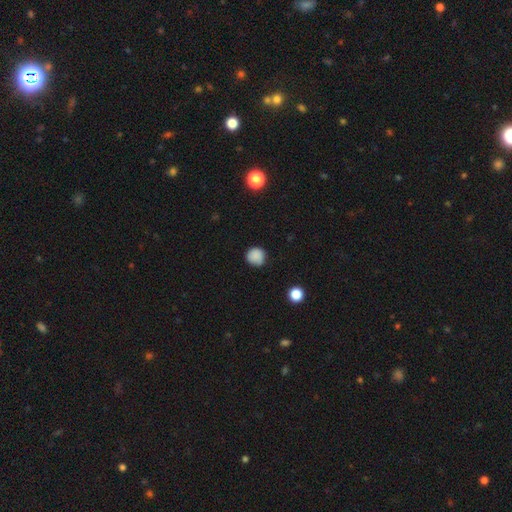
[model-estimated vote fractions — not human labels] A smooth galaxy with no disk features (85%) that is round (93%).

Vote fractions:
- Smooth or featured? smooth: 85% / star or artifact: 10% / featured or disk: 5%
- How rounded? round: 93% / in between: 6% / cigar-shaped: 1%
- Merging? none: 82% / minor disturbance: 13% / major disturbance: 3% / merger: 1%